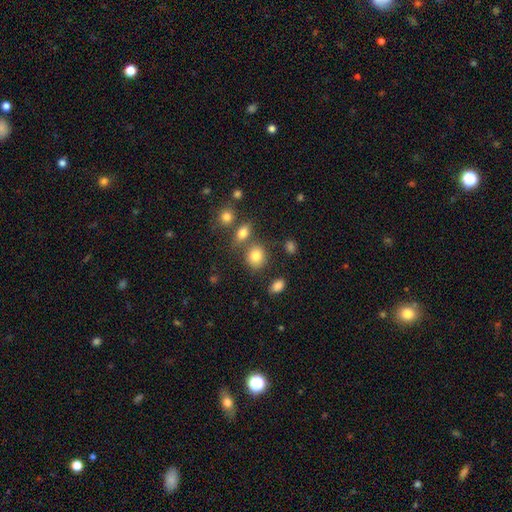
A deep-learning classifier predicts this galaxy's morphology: smooth 80%, star or artifact 11%, featured or disk 8%. Down the decision tree: how rounded — round (67%); merging — none (66%).